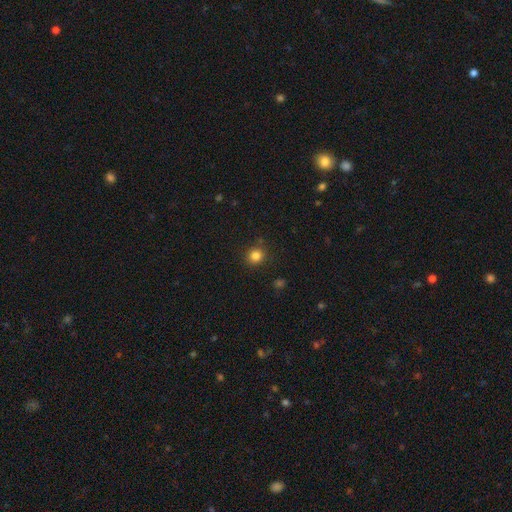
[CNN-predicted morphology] smooth 83%, star or artifact 13%, featured or disk 5%. Down the decision tree: how rounded — round (89%); merging — none (87%).